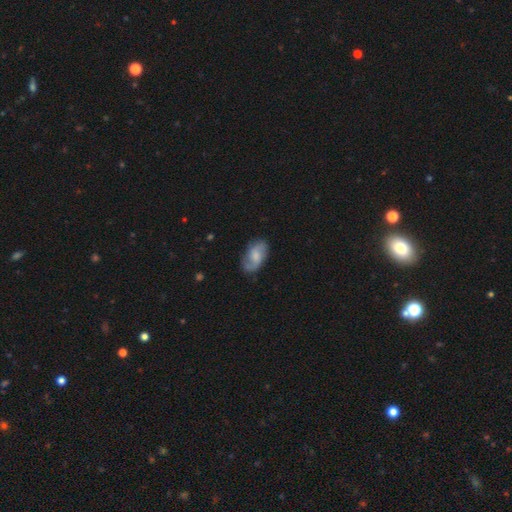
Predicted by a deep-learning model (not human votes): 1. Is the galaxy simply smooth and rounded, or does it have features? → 60% featured or disk, 33% smooth, 7% star or artifact.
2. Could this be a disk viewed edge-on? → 96% no, 4% yes.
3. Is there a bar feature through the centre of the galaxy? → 48% no, 45% weak, 7% strong.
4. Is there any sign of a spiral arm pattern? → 90% yes, 10% no.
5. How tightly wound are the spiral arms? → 44% loose, 41% medium, 15% tight.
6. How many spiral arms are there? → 81% 2, 9% can't tell, 6% 1, 2% 3, 1% 4, 1% more than 4.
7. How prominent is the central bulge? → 37% moderate, 30% small, 22% none, 9% large, 2% dominant.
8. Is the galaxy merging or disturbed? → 73% none, 19% minor disturbance, 6% major disturbance, 2% merger.